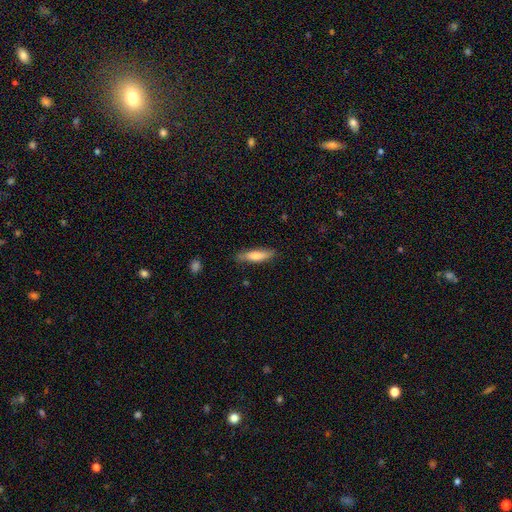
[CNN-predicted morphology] A smooth galaxy with no disk features (67%) that is cigar-shaped (72%).

Vote fractions:
- Smooth or featured? smooth: 67% / featured or disk: 26% / star or artifact: 6%
- How rounded? cigar-shaped: 72% / in between: 27% / round: 2%
- Merging? none: 81% / minor disturbance: 15% / major disturbance: 3% / merger: 1%